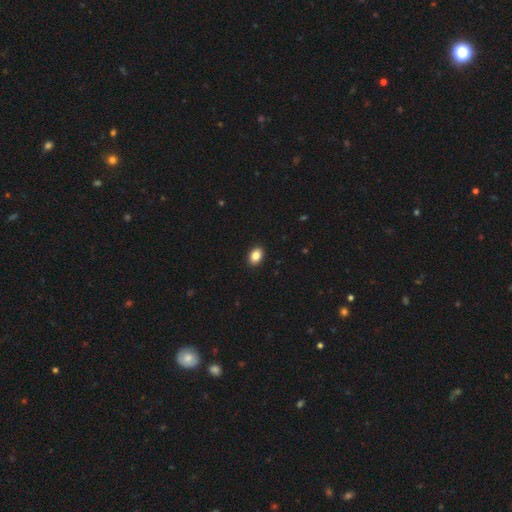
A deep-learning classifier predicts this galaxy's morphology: A smooth galaxy with no disk features (87%) that is in between round and cigar-shaped (83%).

Vote fractions:
- Smooth or featured? smooth: 87% / star or artifact: 8% / featured or disk: 5%
- How rounded? in between: 83% / round: 16% / cigar-shaped: 1%
- Merging? none: 91% / minor disturbance: 6% / major disturbance: 2% / merger: 1%